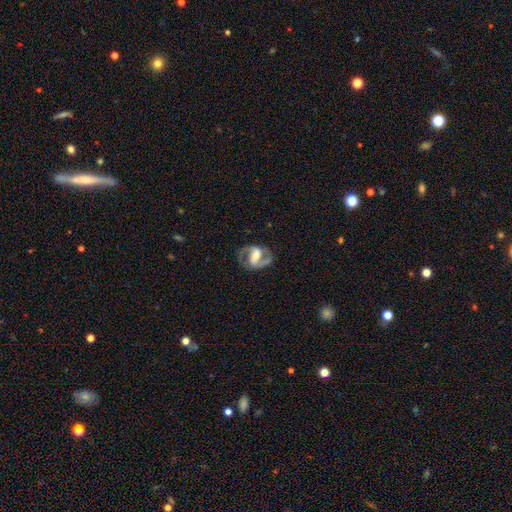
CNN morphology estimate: This is clearly a featured or disk galaxy (86%). It is clearly not viewed edge-on (97%). Bar: possibly strong (51%). Spiral arm pattern: clearly yes (94%). Spiral arm count: clearly 2 (92%). Spiral winding: possibly medium (59%). Central bulge: marginally moderate (43%). Merging: likely none (80%).